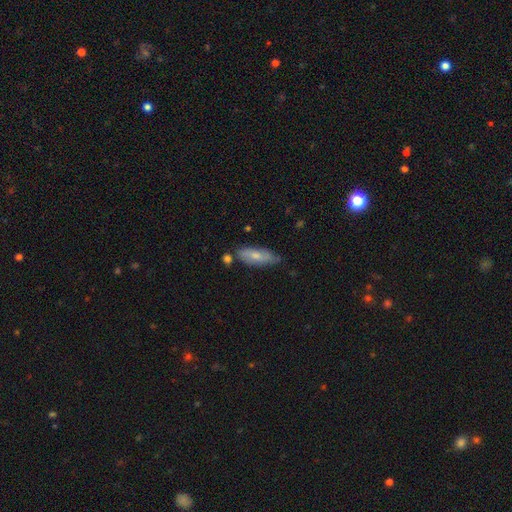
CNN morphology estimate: smooth 59%, featured or disk 34%, star or artifact 6%. Down the decision tree: how rounded — in between (66%); merging — none (63%).